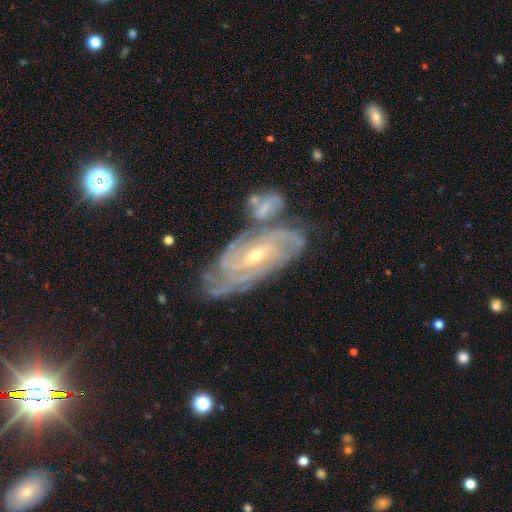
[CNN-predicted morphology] Smooth or featured?
  - featured or disk: 89% *
  - star or artifact: 6%
  - smooth: 5%
Edge-on disk?
  - no: 94% *
  - yes: 6%
Bar?
  - weak: 43% *
  - no: 38%
  - strong: 20%
Spiral arms?
  - yes: 98% *
  - no: 2%
Spiral winding?
  - tight: 71% *
  - medium: 24%
  - loose: 5%
Spiral arm count?
  - can't tell: 24% * (tied)
  - 3: 24% * (tied)
  - 4: 22%
  - 2: 16%
  - more than 4: 8%
  - 1: 6%
Bulge size?
  - small: 60% *
  - moderate: 37%
  - large: 1%
  - none: 1%
  - dominant: 1%
Merging?
  - none: 60% *
  - minor disturbance: 18%
  - merger: 16%
  - major disturbance: 6%